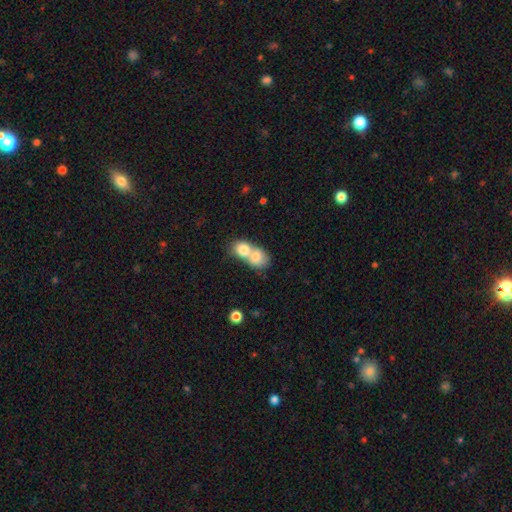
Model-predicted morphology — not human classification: Smooth or featured?
  - smooth: 76% *
  - featured or disk: 17%
  - star or artifact: 7%
How rounded?
  - in between: 54% *
  - round: 44%
  - cigar-shaped: 2%
Merging?
  - merger: 79% *
  - none: 14%
  - minor disturbance: 4%
  - major disturbance: 3%